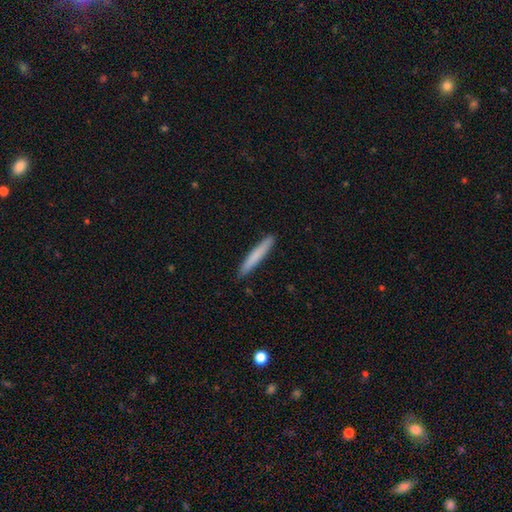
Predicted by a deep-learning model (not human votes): This appears to be a smooth galaxy with no disk features (76%) that is cigar-shaped (96%). Merging: none (91%).